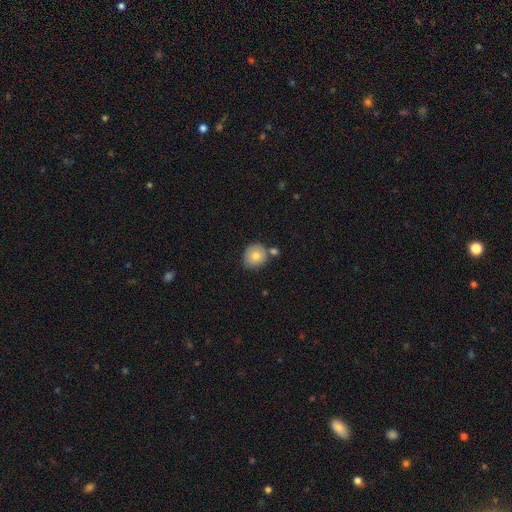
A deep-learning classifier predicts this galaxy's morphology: Smooth or featured? smooth (79%)
How rounded? round (81%)
Merging? none (66%)